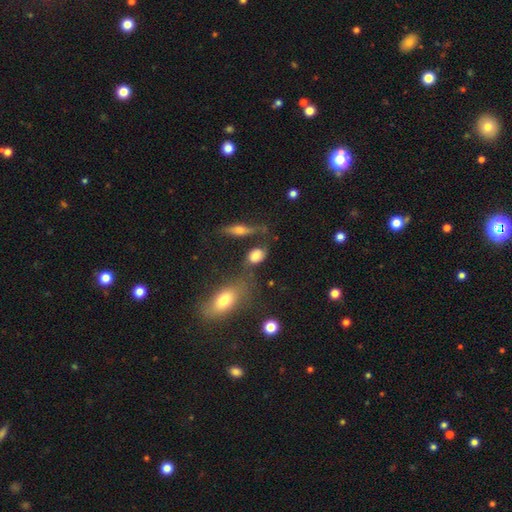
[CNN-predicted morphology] Smooth or featured? smooth (73%)
How rounded? in between (65%)
Merging? none (56%)